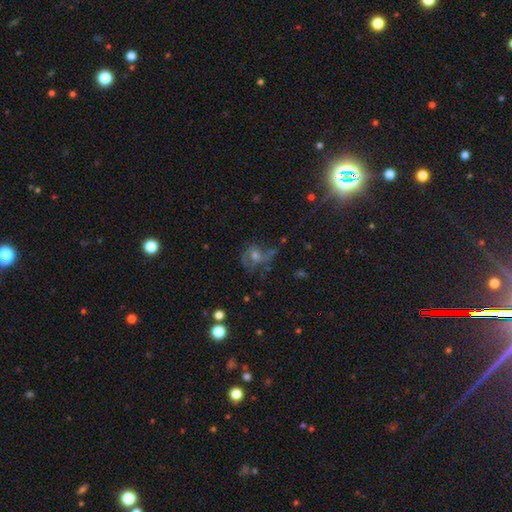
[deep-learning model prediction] A featured or disk galaxy (47%). Merging: none (50%).